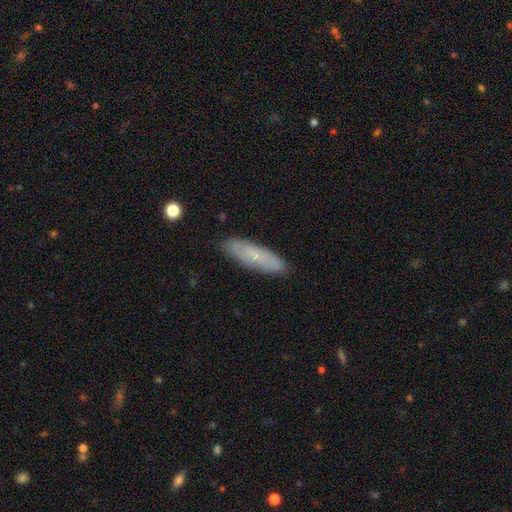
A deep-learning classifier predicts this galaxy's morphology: smooth_or_featured: smooth (p=0.58) [alt: featured or disk p=0.34]
how_rounded: cigar-shaped (p=0.58) [alt: in between p=0.41]
merging: none (p=0.86) [alt: minor disturbance p=0.11]